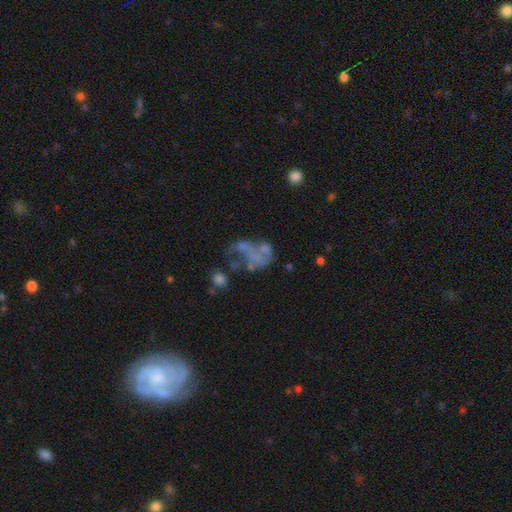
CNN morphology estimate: smooth_or_featured: featured or disk (p=0.54) [alt: smooth p=0.30]
disk_edge_on: no (p=0.98) [alt: yes p=0.02]
bar: no (p=0.92) [alt: weak p=0.06]
has_spiral_arms: no (p=0.89) [alt: yes p=0.11]
bulge_size: none (p=0.83) [alt: small p=0.08]
merging: major disturbance (p=0.37) [alt: merger p=0.26]